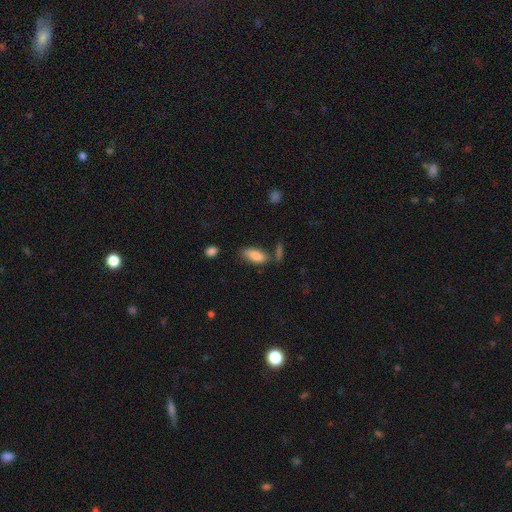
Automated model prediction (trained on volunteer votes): Smooth or featured: smooth — 82% (featured or disk — 11%)
How rounded: in between — 84% (cigar-shaped — 14%)
Merging: none — 64% (minor disturbance — 20%)